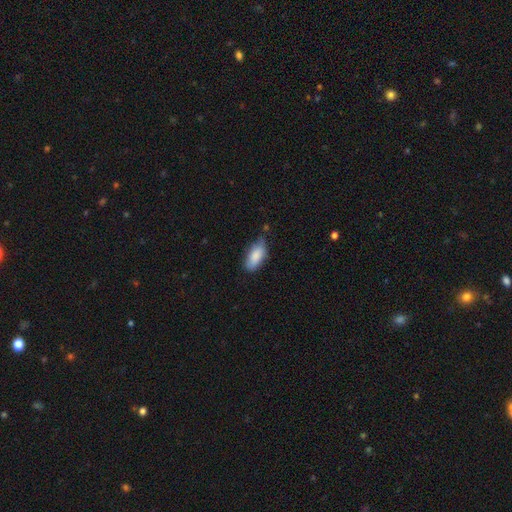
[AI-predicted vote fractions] smooth 84%, featured or disk 10%, star or artifact 6%. Down the decision tree: how rounded — in between (89%); merging — none (61%).